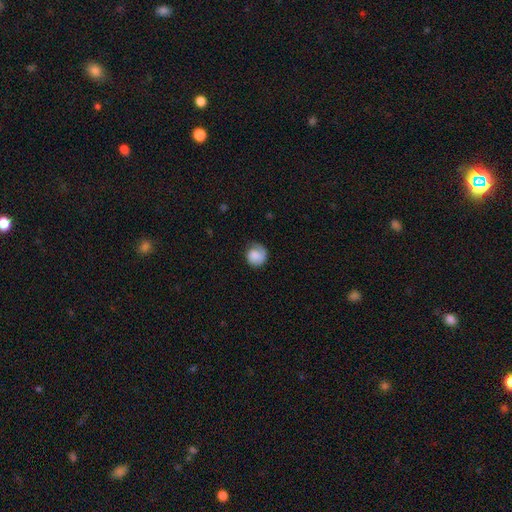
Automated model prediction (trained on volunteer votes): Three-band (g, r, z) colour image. It shows a smooth galaxy with no disk features (69%) that is round (85%). Merging: none (63%).